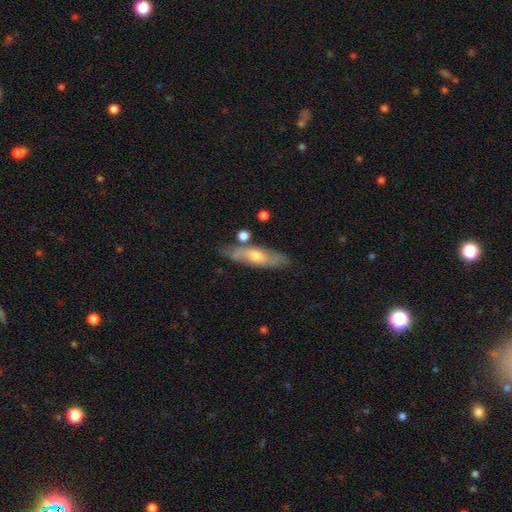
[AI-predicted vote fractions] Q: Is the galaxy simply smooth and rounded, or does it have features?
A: featured or disk — 52%.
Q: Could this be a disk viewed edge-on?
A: yes — 55%.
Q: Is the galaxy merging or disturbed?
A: none — 76%.